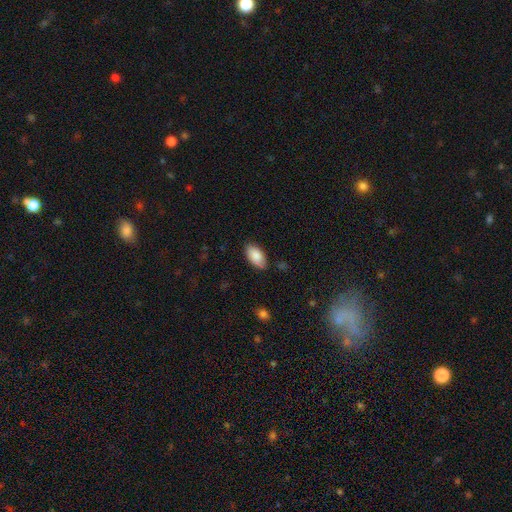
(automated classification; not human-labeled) smooth_or_featured: smooth (p=0.87) [alt: featured or disk p=0.07]
how_rounded: in between (p=0.95) [alt: cigar-shaped p=0.03]
merging: none (p=0.82) [alt: minor disturbance p=0.14]